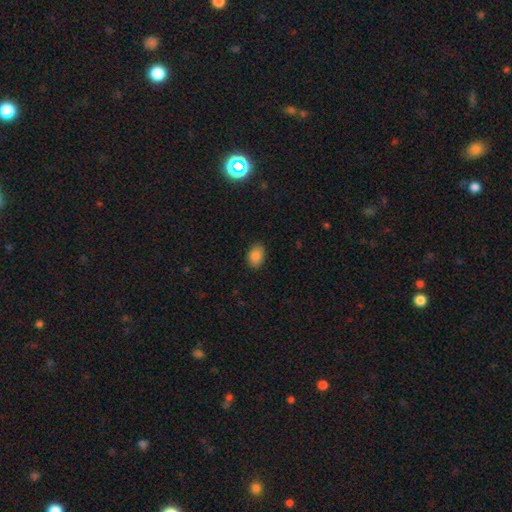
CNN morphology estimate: A smooth galaxy with no disk features (86%) that is in between round and cigar-shaped (81%).

Vote fractions:
- Smooth or featured? smooth: 86% / star or artifact: 9% / featured or disk: 5%
- How rounded? in between: 81% / round: 18% / cigar-shaped: 1%
- Merging? none: 87% / minor disturbance: 10% / major disturbance: 2% / merger: 1%